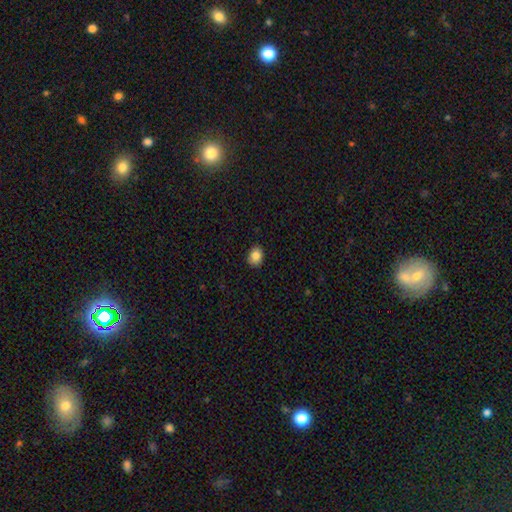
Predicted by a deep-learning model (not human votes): Overall: smooth (86%). How rounded: in between (53%; round 46%). Merging: none (87%).